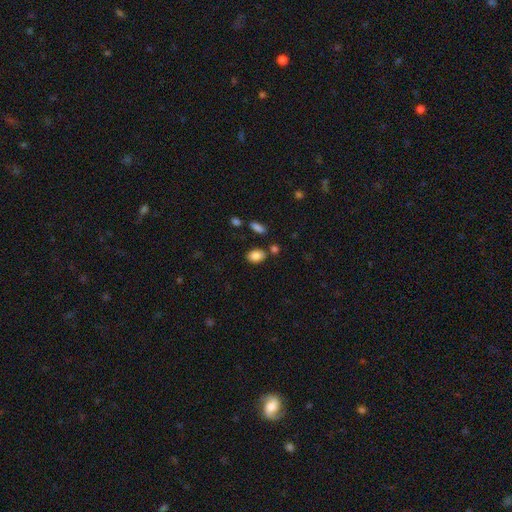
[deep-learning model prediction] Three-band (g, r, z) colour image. It shows a smooth galaxy with no disk features (85%) that is in between round and cigar-shaped (82%). Merging: none (76%).